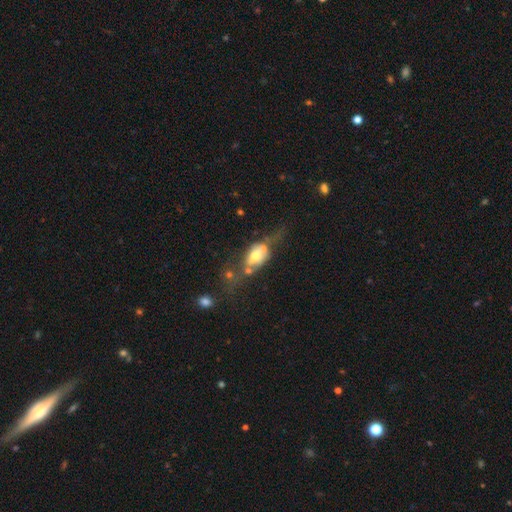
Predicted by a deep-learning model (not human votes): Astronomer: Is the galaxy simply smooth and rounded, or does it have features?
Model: smooth — 48% (runner-up: featured or disk, 42%).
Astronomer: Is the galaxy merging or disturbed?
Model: merger — 30% (runner-up: major disturbance, 26%).